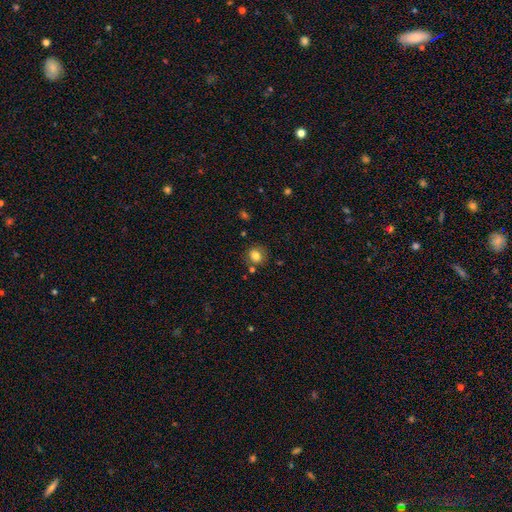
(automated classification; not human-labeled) A smooth galaxy with no disk features (80%) that is round (82%). Merging: none (79%).